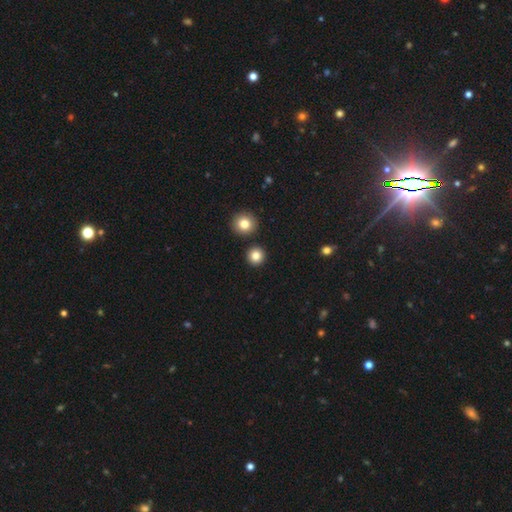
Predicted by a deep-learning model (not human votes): Smooth or featured? Predicted: smooth (p=0.84). How rounded? Predicted: round (p=0.94). Merging? Predicted: none (p=0.90).